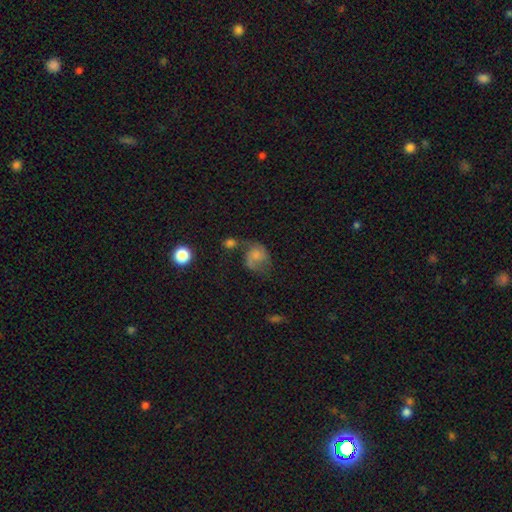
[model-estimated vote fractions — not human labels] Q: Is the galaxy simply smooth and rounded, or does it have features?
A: smooth — 49%.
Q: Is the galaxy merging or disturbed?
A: none — 30%.